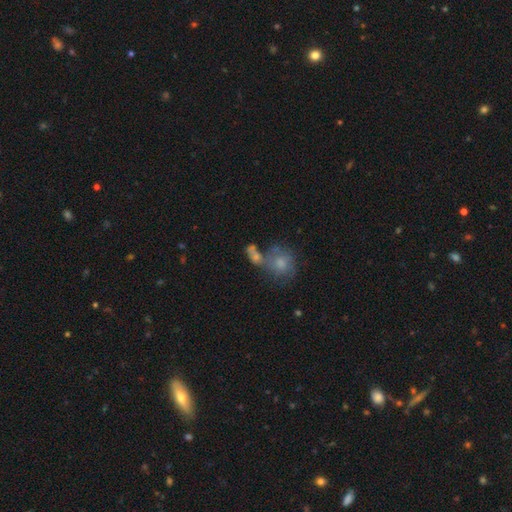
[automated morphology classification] smooth-or-featured: smooth: 44% | star or artifact: 28% | featured or disk: 28%
  merging: none: 60% | merger: 24% | minor disturbance: 11% | major disturbance: 5%